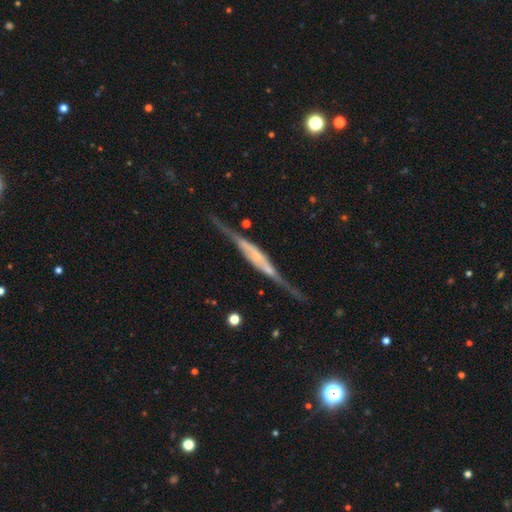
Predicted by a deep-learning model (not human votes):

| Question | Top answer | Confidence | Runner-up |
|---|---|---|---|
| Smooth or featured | featured or disk | 84% | smooth (11%) |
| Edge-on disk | yes | 93% | no (7%) |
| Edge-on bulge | boxy | 46% | rounded (38%) |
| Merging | none | 72% | minor disturbance (18%) |